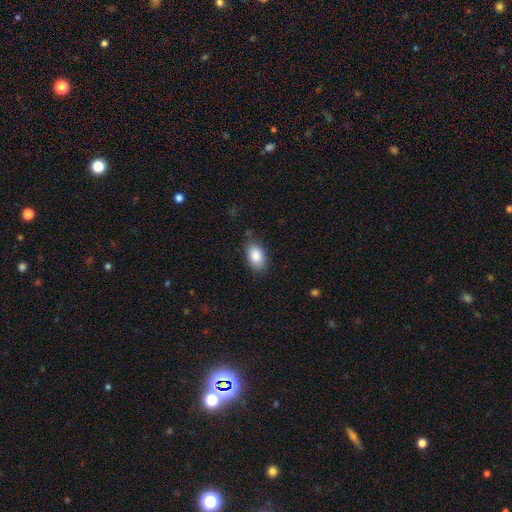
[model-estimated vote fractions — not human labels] The model was most divided on "merging": none: 79%, minor disturbance: 17%, major disturbance: 3%, merger: 1%. More confident: how rounded — in between (91%); smooth or featured — smooth (87%).